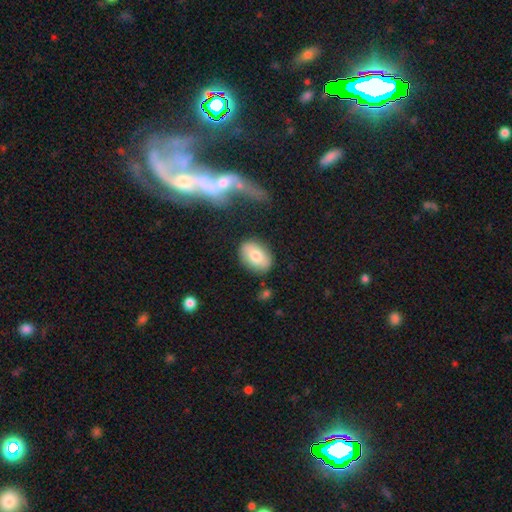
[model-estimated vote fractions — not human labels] Smooth or featured? smooth (75%)
How rounded? in between (81%)
Merging? none (82%)